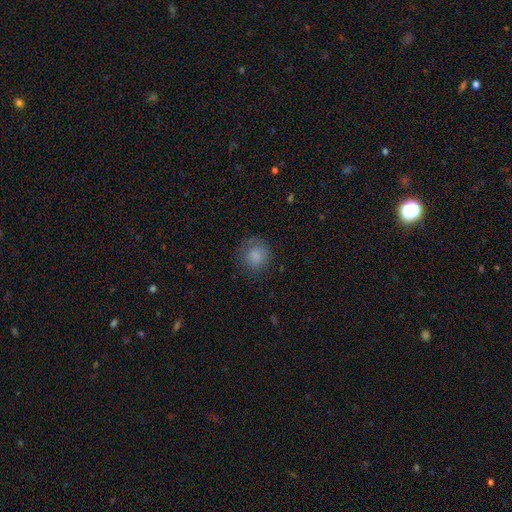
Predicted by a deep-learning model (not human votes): Smooth or featured? Predicted: smooth (p=0.83). How rounded? Predicted: round (p=0.84). Merging? Predicted: none (p=0.77).